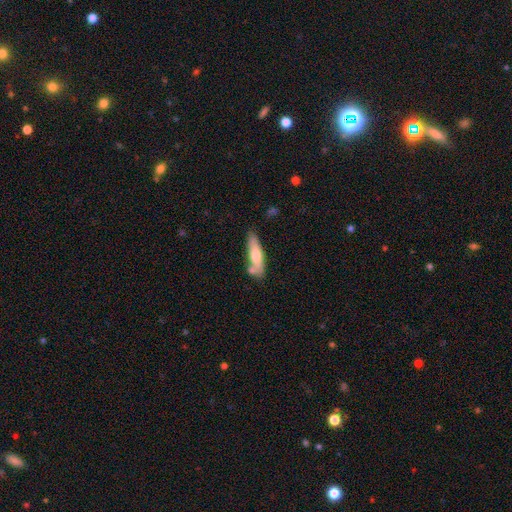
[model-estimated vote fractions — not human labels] Smooth or featured? smooth (65%)
How rounded? cigar-shaped (68%)
Merging? none (61%)